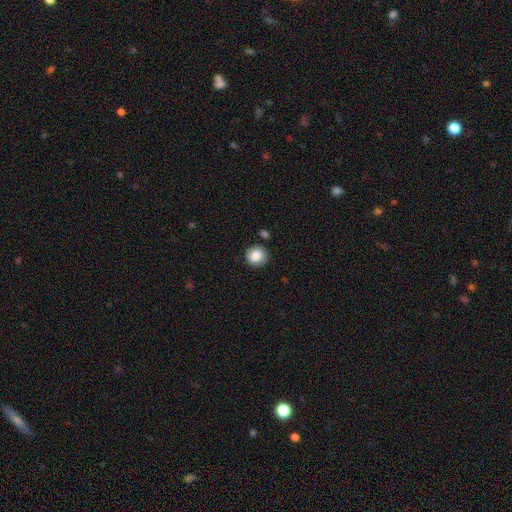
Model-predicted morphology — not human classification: smooth 84%, star or artifact 8%, featured or disk 8%. Down the decision tree: how rounded — round (89%); merging — none (84%).